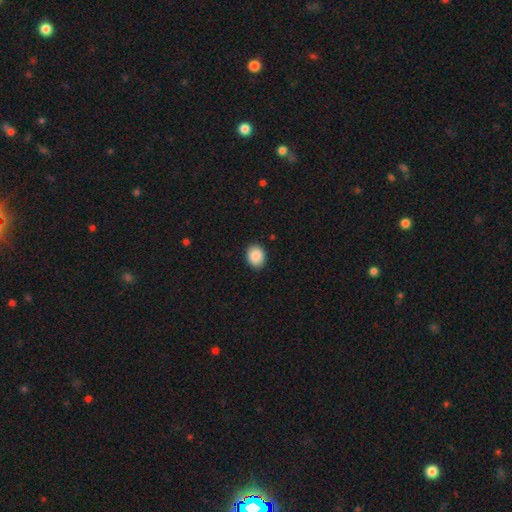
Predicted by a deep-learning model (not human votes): smooth_or_featured: smooth (p=0.89) [alt: star or artifact p=0.08]
how_rounded: round (p=0.56) [alt: in between p=0.43]
merging: none (p=0.89) [alt: minor disturbance p=0.08]